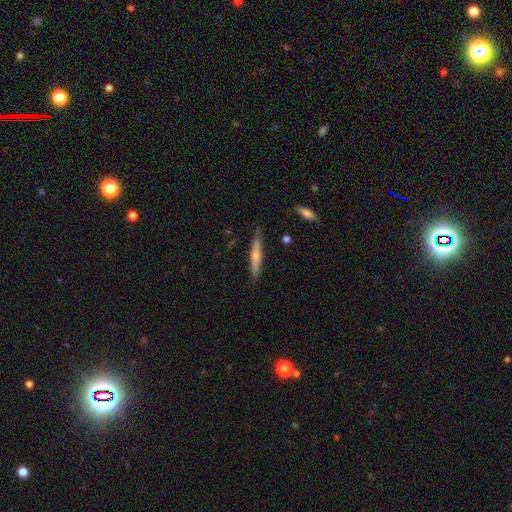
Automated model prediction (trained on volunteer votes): smooth 55%, featured or disk 40%, star or artifact 6%. Down the decision tree: how rounded — cigar-shaped (93%); merging — none (85%).